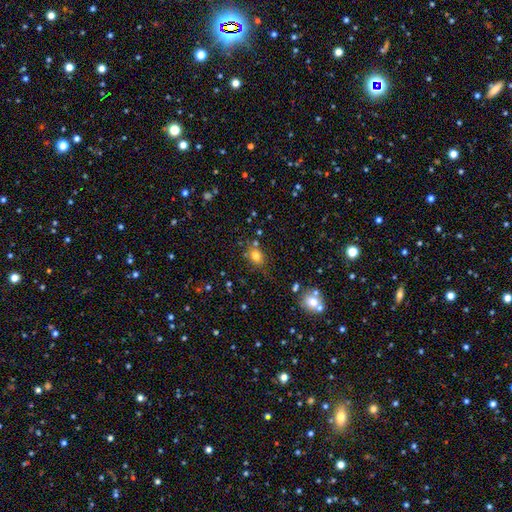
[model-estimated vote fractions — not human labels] A smooth galaxy with no disk features (75%) that is round (49%, tied with in between). Merging: none (73%).